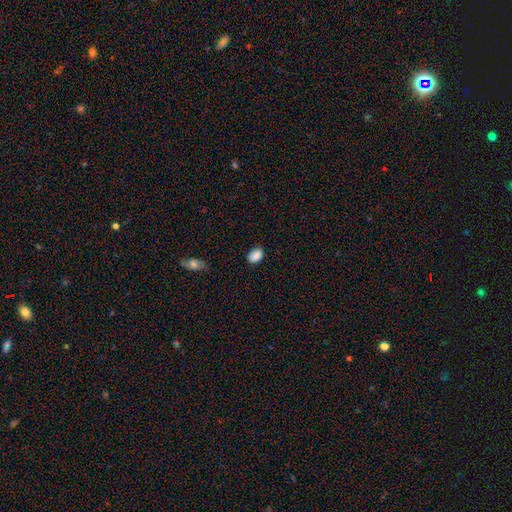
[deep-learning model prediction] A smooth galaxy with no disk features (88%) that is in between round and cigar-shaped (83%). Merging: none (82%).